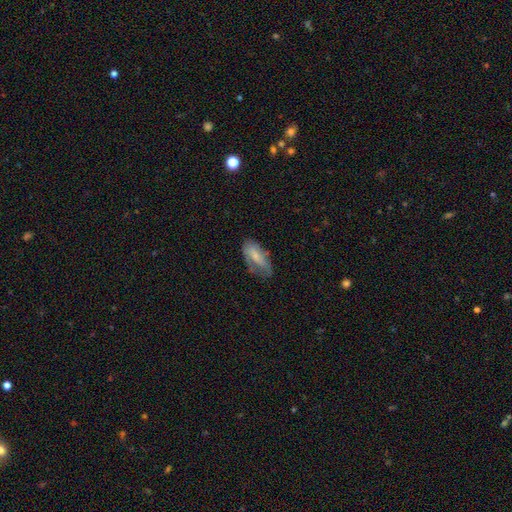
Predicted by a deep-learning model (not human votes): smooth_or_featured: smooth (p=0.62) [alt: featured or disk p=0.31]
how_rounded: in between (p=0.84) [alt: cigar-shaped p=0.13]
merging: none (p=0.48) [alt: minor disturbance p=0.33]